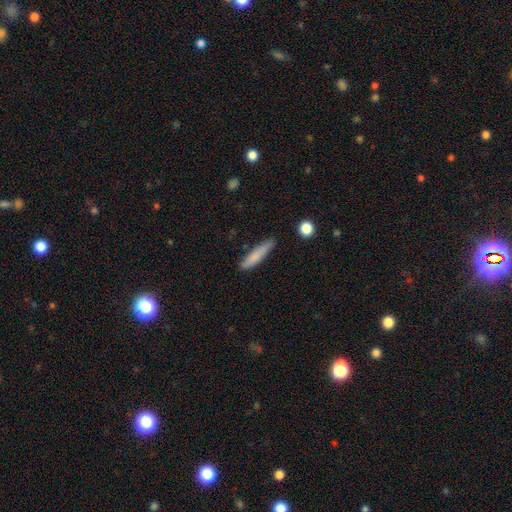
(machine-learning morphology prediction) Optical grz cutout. It shows a smooth galaxy with no disk features (80%) that is cigar-shaped (86%). Merging: none (81%).